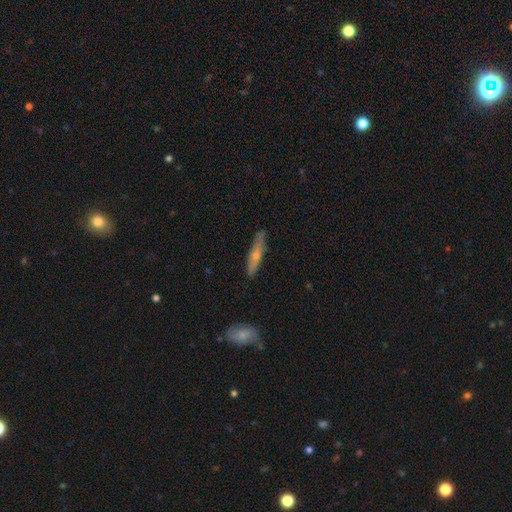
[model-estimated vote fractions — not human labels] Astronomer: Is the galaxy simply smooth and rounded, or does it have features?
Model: smooth — 52% (runner-up: featured or disk, 42%).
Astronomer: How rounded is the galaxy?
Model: cigar-shaped — 86%.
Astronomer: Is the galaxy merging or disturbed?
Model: none — 81%.